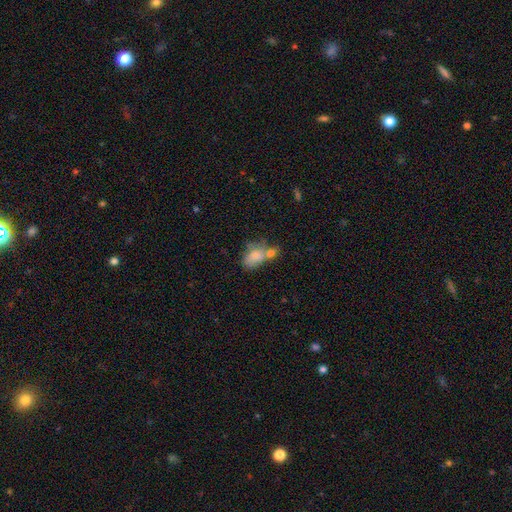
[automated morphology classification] A smooth galaxy with no disk features (74%) that is in between round and cigar-shaped (82%). Merging: merger (48%).